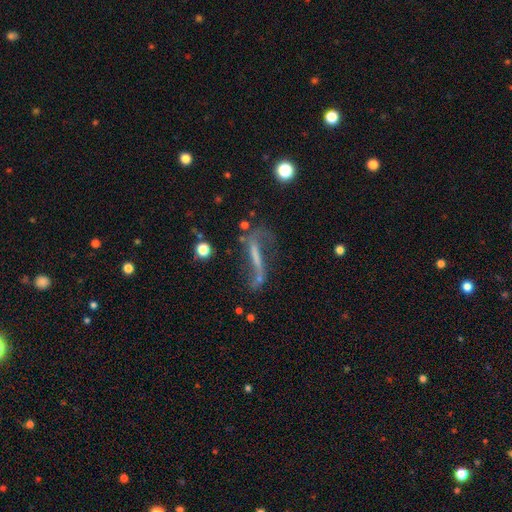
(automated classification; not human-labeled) This is likely a featured or disk galaxy (65%). It is likely not viewed edge-on (75%). Merging: marginally none (40%).